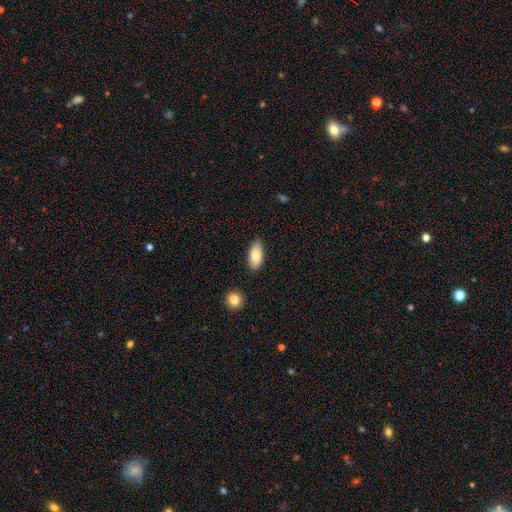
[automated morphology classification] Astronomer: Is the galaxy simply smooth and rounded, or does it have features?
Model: smooth — 82%.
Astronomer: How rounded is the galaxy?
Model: in between — 88%.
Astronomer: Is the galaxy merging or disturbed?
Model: none — 85%.